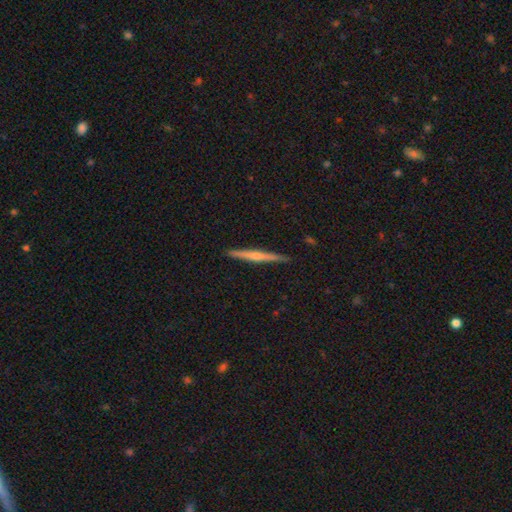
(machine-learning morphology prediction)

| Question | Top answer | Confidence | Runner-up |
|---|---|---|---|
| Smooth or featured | featured or disk | 64% | smooth (31%) |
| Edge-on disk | yes | 98% | no (2%) |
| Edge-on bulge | rounded | 68% | none (25%) |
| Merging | none | 91% | minor disturbance (7%) |